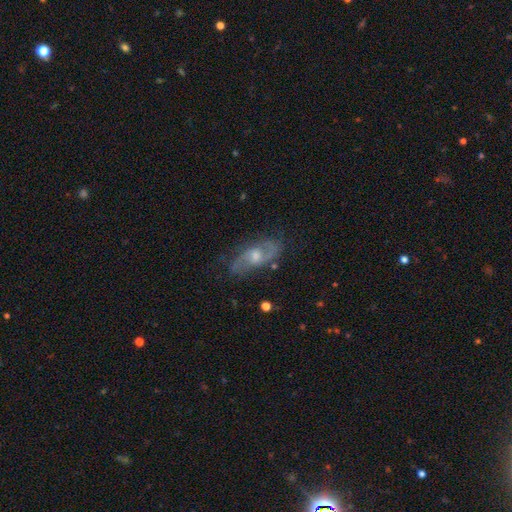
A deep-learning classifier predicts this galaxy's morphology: type=featured or disk (78%); edge-on=no (92%); bar=no (54%); spiral arms=yes (91%); winding=medium (50%); arm count=2 (84%); bulge=moderate (60%); merging=none (75%).